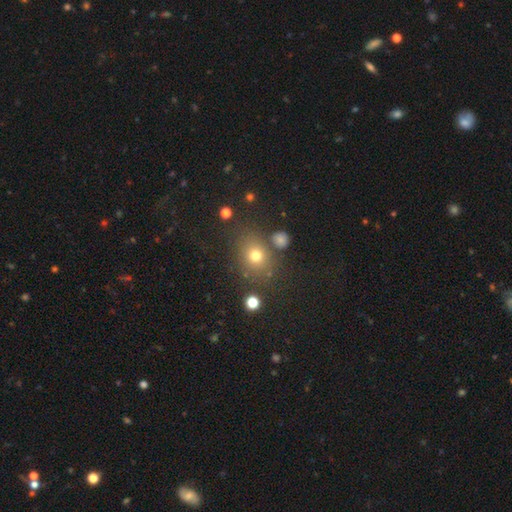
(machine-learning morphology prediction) This is likely a smooth galaxy (72%). How rounded: likely round (65%). Merging: likely none (74%).